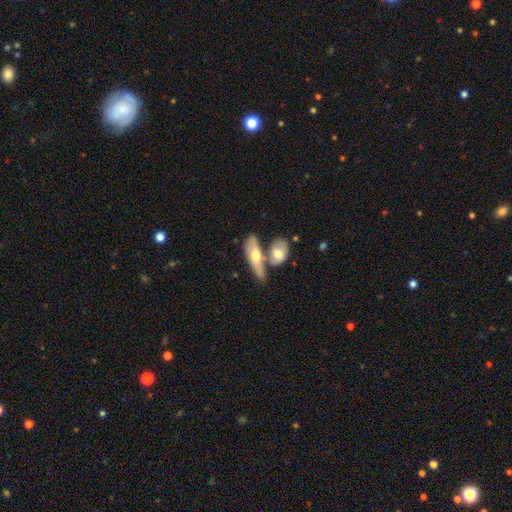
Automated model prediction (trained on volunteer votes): smooth 56%, featured or disk 39%, star or artifact 5%. Down the decision tree: how rounded — in between (65%); merging — merger (52%).